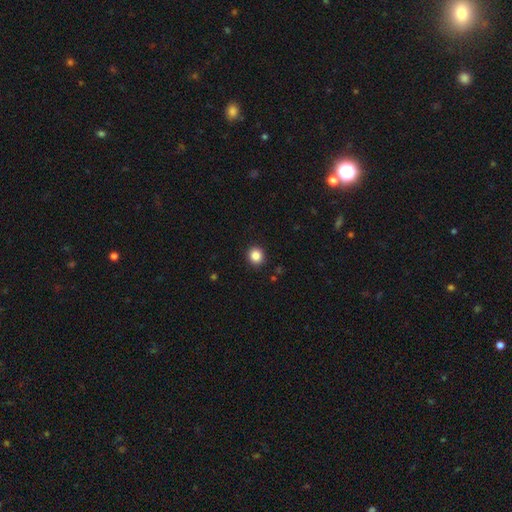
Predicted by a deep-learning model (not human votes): The model was most divided on "smooth or featured": smooth: 86%, star or artifact: 10%, featured or disk: 4%. More confident: merging — none (92%); how rounded — round (89%).